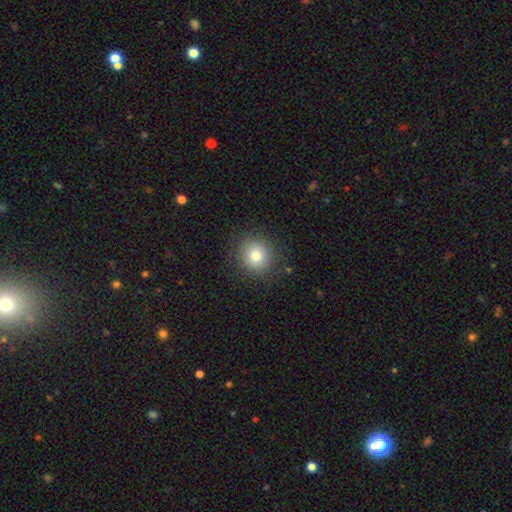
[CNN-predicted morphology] Q: Smooth or featured?
A: smooth (80%); runner-up: star or artifact (11%)
Q: How rounded?
A: round (87%); runner-up: in between (12%)
Q: Merging?
A: none (88%); runner-up: minor disturbance (8%)